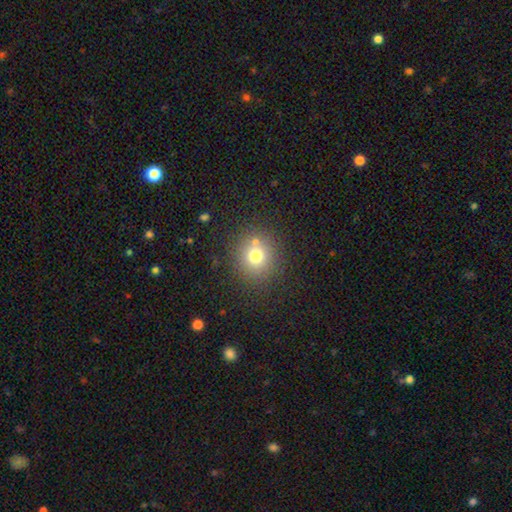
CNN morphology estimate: Q: Smooth or featured?
A: smooth (72%); runner-up: star or artifact (16%)
Q: How rounded?
A: round (87%); runner-up: in between (12%)
Q: Merging?
A: none (79%); runner-up: merger (9%)